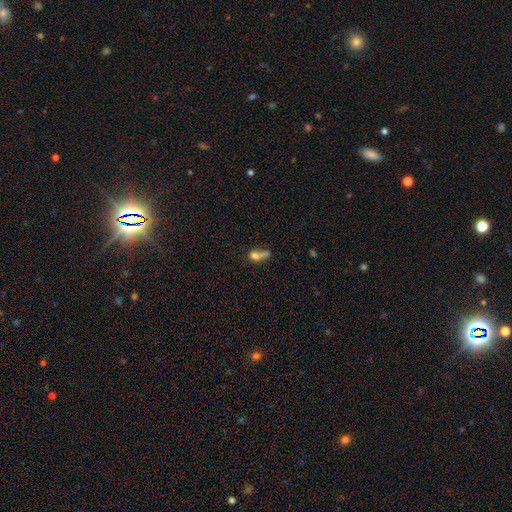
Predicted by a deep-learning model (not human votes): smooth 66%, featured or disk 21%, star or artifact 14%. Down the decision tree: how rounded — in between (53%); merging — merger (40%).